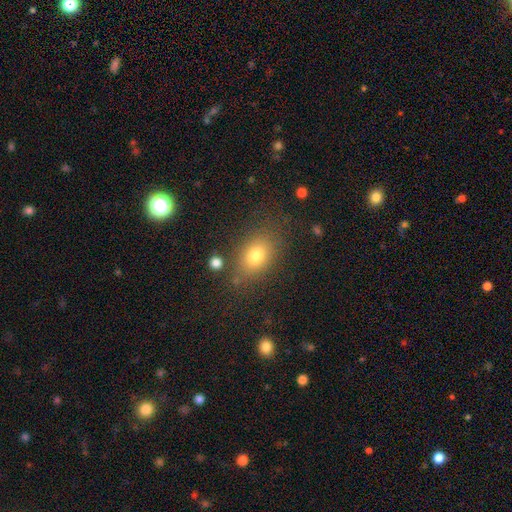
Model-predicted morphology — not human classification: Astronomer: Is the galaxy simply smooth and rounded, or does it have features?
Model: smooth — 77%.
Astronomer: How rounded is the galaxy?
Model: in between — 77%.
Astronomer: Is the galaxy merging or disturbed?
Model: none — 78%.